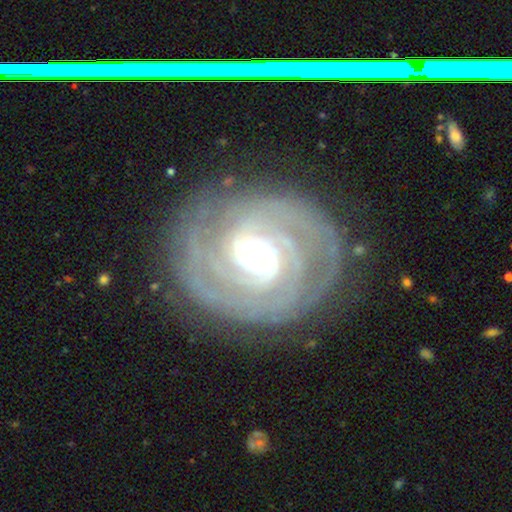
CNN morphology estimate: type=featured or disk (89%); edge-on=no (97%); bar=no (42%); spiral arms=yes (98%); winding=tight (81%); arm count=2 (30%); bulge=moderate (49%); merging=none (83%).